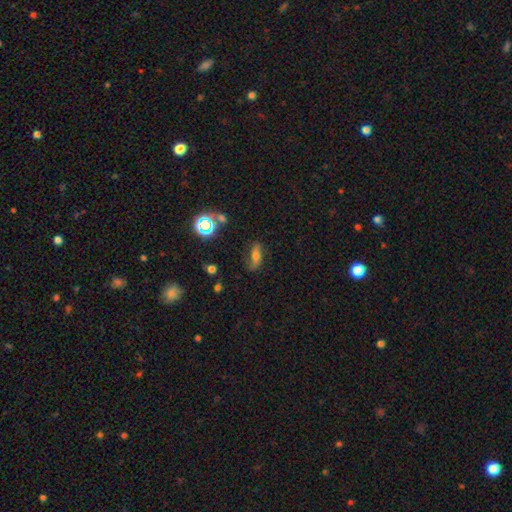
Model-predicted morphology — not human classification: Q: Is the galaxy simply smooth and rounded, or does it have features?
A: smooth — 43%.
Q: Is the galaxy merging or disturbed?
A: none — 66%.